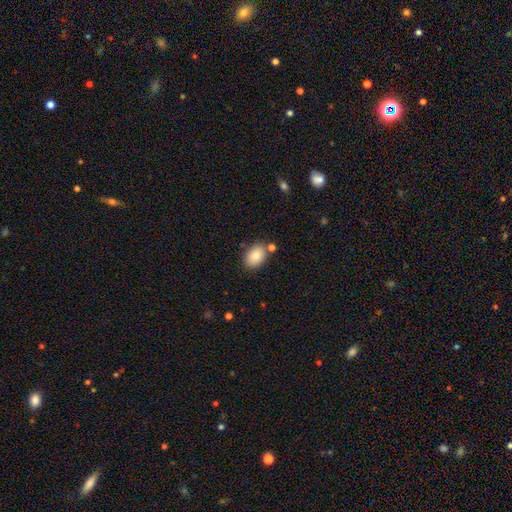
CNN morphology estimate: This is clearly a smooth galaxy (86%). How rounded: clearly in between (85%). Merging: likely none (77%).